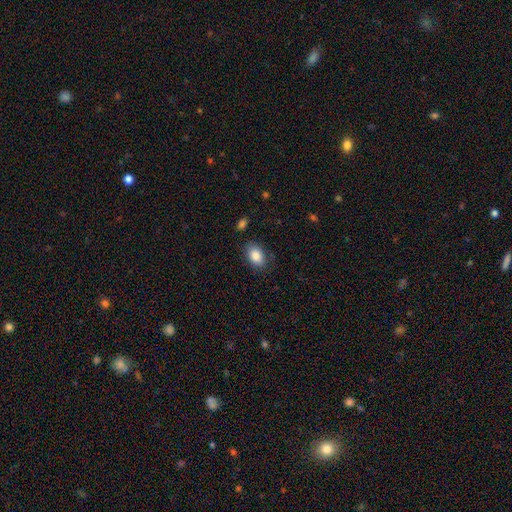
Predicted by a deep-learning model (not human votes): Overall: smooth (86%). How rounded: in between (87%). Merging: none (80%).